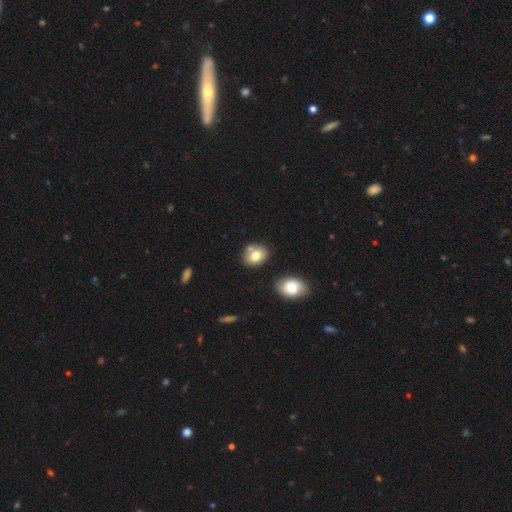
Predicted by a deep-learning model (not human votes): A smooth galaxy with no disk features (75%) that is round (55%). Merging: none (68%).